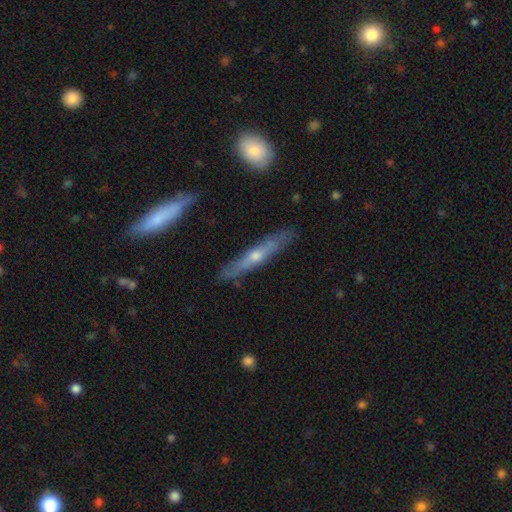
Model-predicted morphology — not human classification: Smooth or featured? featured or disk (61%)
Edge-on disk? yes (92%)
Edge-on bulge? rounded (83%)
Merging? none (86%)